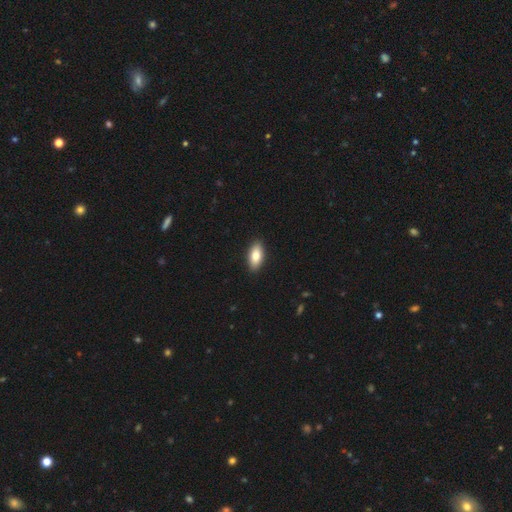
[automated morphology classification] smooth 81%, featured or disk 13%, star or artifact 6%. Down the decision tree: how rounded — in between (88%); merging — none (90%).